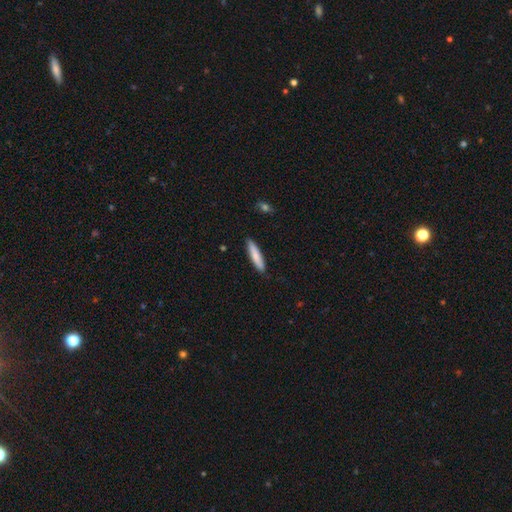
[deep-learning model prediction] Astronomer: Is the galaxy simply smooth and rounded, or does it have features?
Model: smooth — 79%.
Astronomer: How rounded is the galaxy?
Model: cigar-shaped — 83%.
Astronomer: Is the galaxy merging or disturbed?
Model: none — 88%.